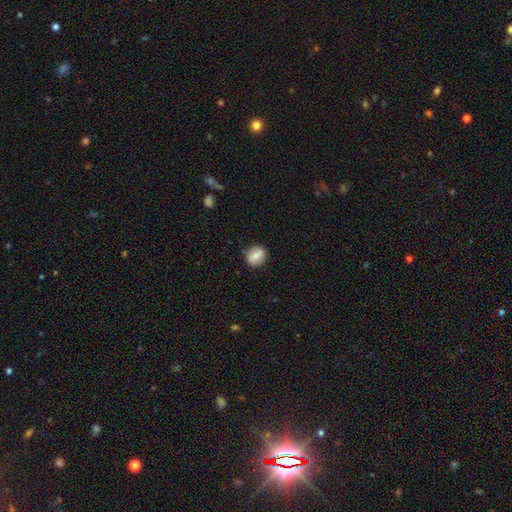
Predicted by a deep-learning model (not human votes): This appears to be a smooth galaxy with no disk features (75%) that is round (77%). Merging: none (86%).